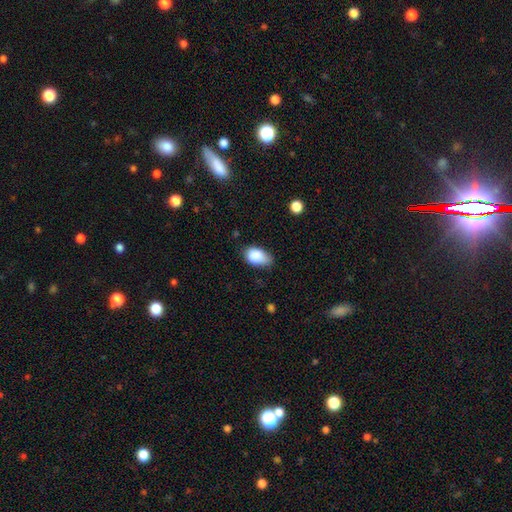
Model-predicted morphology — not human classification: The model was most divided on "merging": none: 51%, minor disturbance: 39%, major disturbance: 8%, merger: 2%. More confident: how rounded — in between (89%); smooth or featured — smooth (86%).